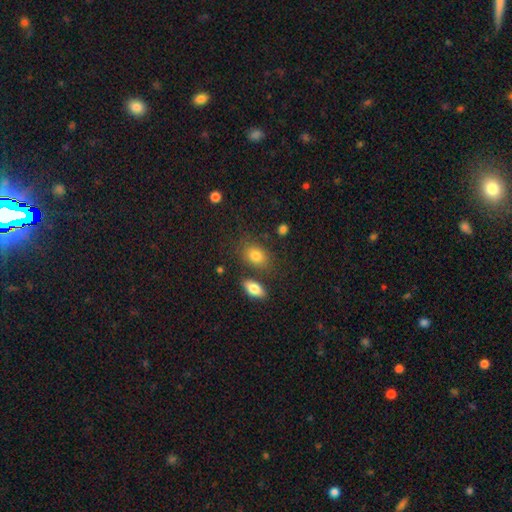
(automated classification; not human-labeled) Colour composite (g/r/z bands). It shows a smooth galaxy with no disk features (80%) that is in between round and cigar-shaped (75%). Merging: none (71%).